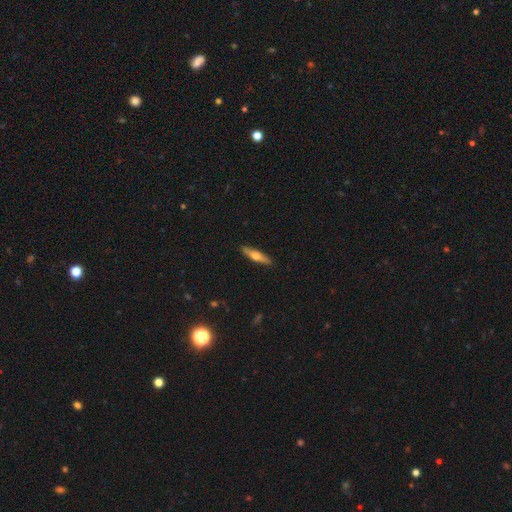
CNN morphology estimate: This is possibly a smooth galaxy (51%). How rounded: likely cigar-shaped (79%). Merging: clearly none (90%).